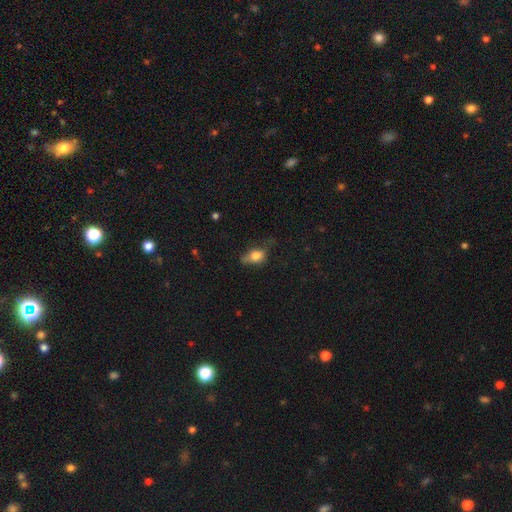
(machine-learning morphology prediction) This is likely a smooth galaxy (71%). How rounded: likely in between (74%). Merging: marginally none (39%).